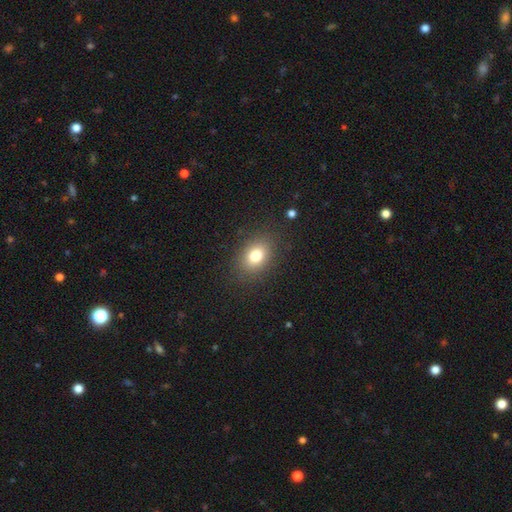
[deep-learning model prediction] smooth-or-featured: smooth: 78% | star or artifact: 12% | featured or disk: 10%
  how-rounded: in between: 64% | round: 35% | cigar-shaped: 1%
  merging: none: 85% | minor disturbance: 9% | major disturbance: 4% | merger: 1%